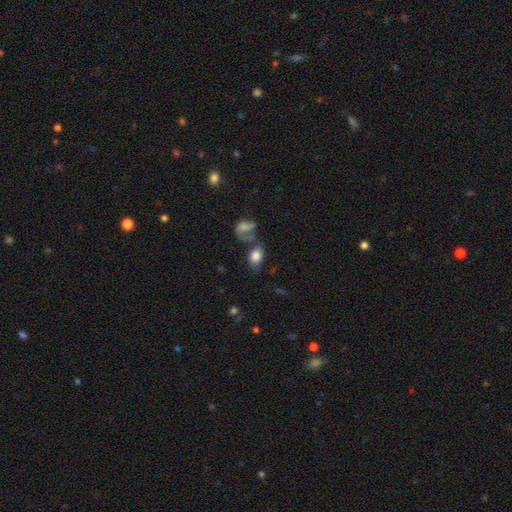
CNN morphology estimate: smooth-or-featured: smooth: 77% | featured or disk: 14% | star or artifact: 9%
  how-rounded: in between: 79% | round: 19% | cigar-shaped: 2%
  merging: none: 39% | merger: 27% | minor disturbance: 18% | major disturbance: 16%